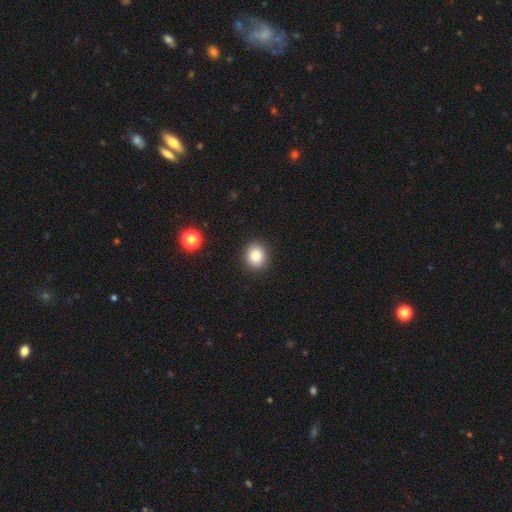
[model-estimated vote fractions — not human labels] Smooth or featured? smooth (82%)
How rounded? round (77%)
Merging? none (91%)